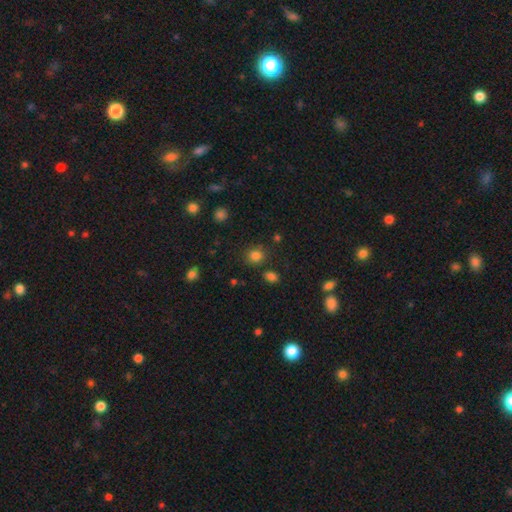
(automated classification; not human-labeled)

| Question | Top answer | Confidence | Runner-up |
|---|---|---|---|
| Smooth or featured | smooth | 81% | star or artifact (14%) |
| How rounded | round | 80% | in between (19%) |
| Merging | none | 81% | minor disturbance (10%) |